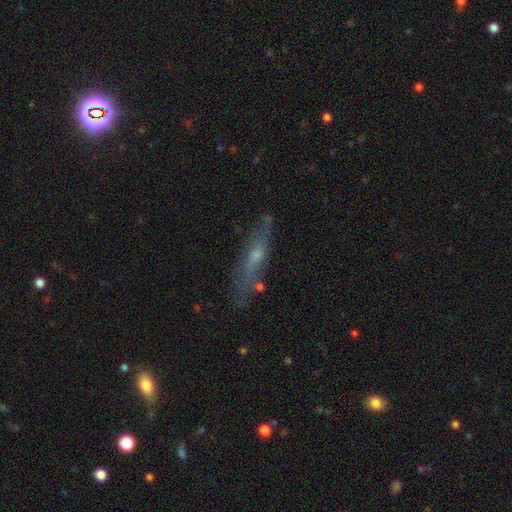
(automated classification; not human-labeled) Smooth or featured: featured or disk — 56% (smooth — 31%)
Edge-on disk: yes — 63% (no — 37%)
Merging: none — 70% (minor disturbance — 19%)